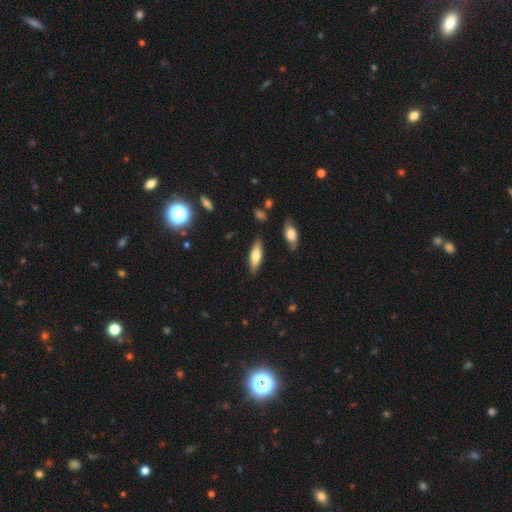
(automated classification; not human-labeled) This is likely a smooth galaxy (61%). How rounded: possibly cigar-shaped (51%). Merging: clearly none (85%).